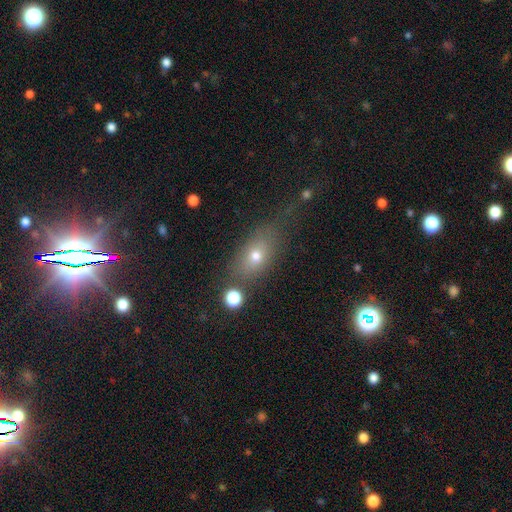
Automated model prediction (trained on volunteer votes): The model was most divided on "merging": none: 55%, minor disturbance: 20%, major disturbance: 16%, merger: 10%. More confident: how rounded — in between (71%); smooth or featured — smooth (68%).